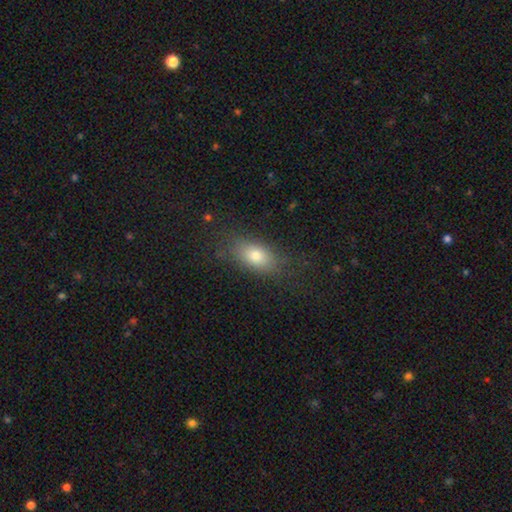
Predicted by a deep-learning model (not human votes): smooth_or_featured: smooth (p=0.77) [alt: featured or disk p=0.13]
how_rounded: in between (p=0.83) [alt: round p=0.12]
merging: none (p=0.78) [alt: minor disturbance p=0.14]